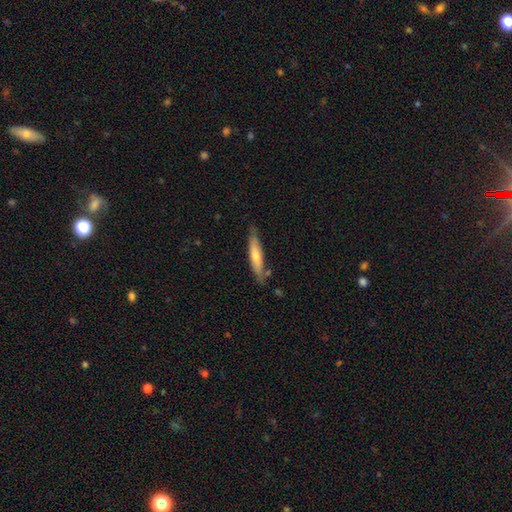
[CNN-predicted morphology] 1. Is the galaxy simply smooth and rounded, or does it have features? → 56% smooth, 38% featured or disk, 6% star or artifact.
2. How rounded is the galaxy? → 85% cigar-shaped, 14% in between, 1% round.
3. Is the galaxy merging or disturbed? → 76% none, 18% minor disturbance, 4% merger, 3% major disturbance.